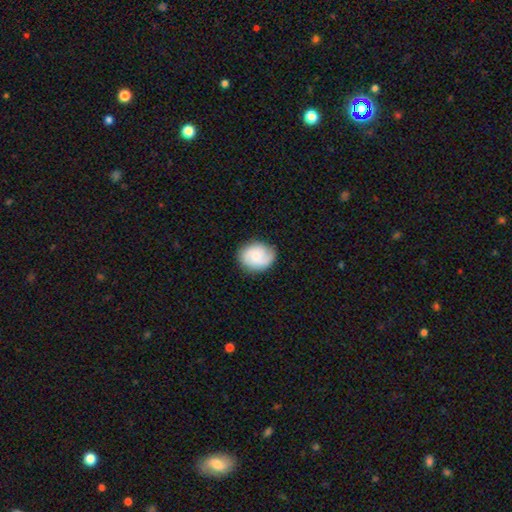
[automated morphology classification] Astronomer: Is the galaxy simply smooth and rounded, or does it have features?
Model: smooth — 49% (runner-up: featured or disk, 44%).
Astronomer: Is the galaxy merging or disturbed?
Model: none — 81%.